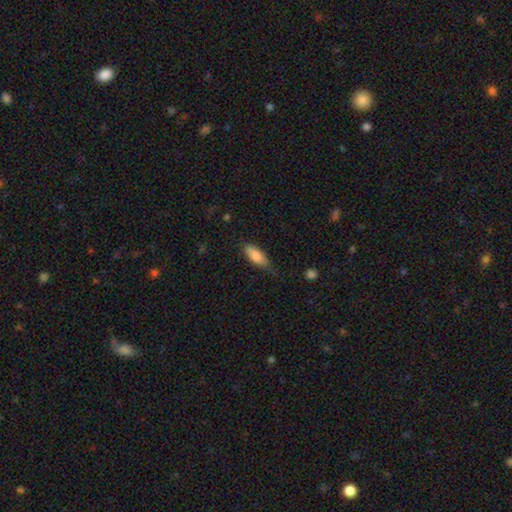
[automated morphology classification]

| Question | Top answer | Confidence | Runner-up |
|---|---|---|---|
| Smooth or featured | smooth | 82% | featured or disk (12%) |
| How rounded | in between | 77% | cigar-shaped (21%) |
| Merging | none | 59% | minor disturbance (32%) |